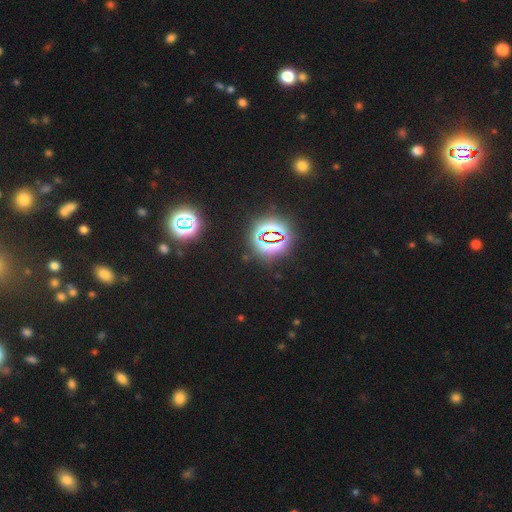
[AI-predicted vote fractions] Smooth or featured?
  - star or artifact: 80% *
  - smooth: 14%
  - featured or disk: 7%